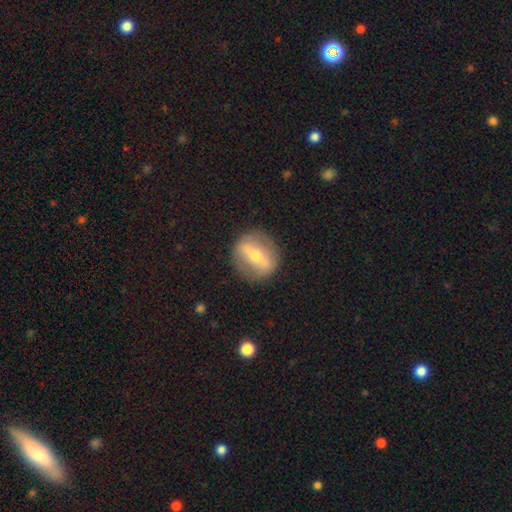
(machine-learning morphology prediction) type=featured or disk (66%); edge-on=no (66%); merging=none (87%).